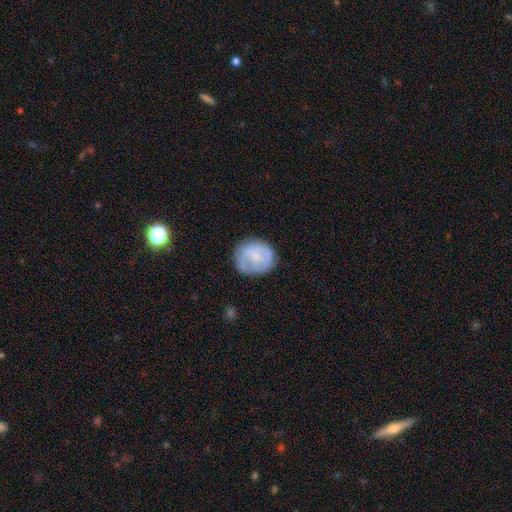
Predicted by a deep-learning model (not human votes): A smooth galaxy with no disk features (54%) that is round (75%). Merging: none (70%).